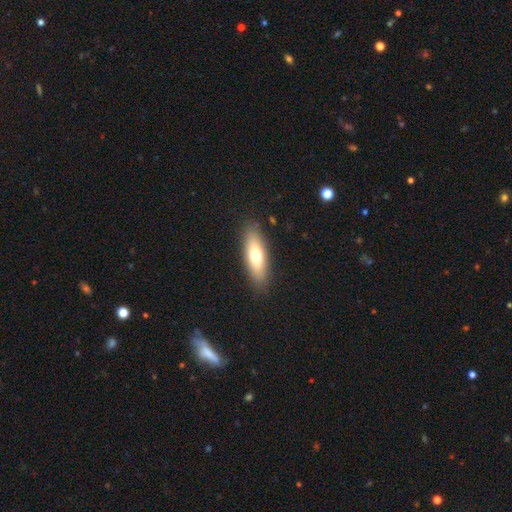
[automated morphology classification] Smooth or featured: smooth — 67% (featured or disk — 26%)
How rounded: in between — 55% (cigar-shaped — 43%)
Merging: none — 87% (minor disturbance — 9%)